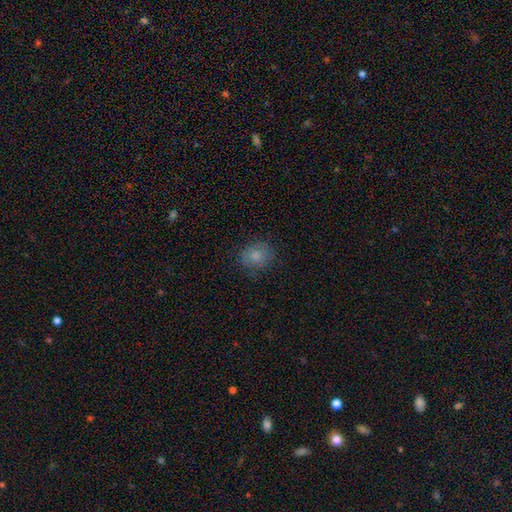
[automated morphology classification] This appears to be a smooth galaxy with no disk features (79%) that is round (74%). Merging: none (81%).